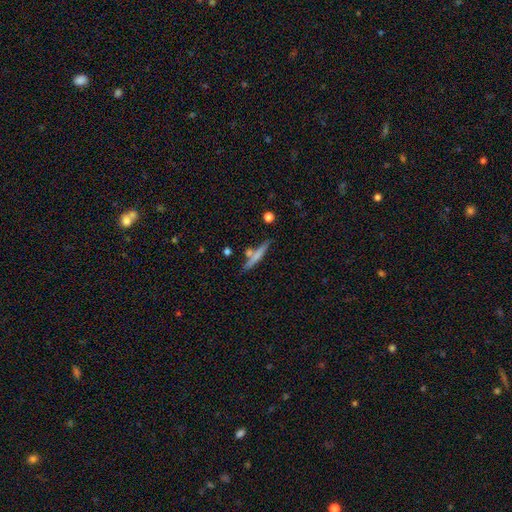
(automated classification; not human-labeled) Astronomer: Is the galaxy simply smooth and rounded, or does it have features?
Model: smooth — 60%.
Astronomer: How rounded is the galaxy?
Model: cigar-shaped — 92%.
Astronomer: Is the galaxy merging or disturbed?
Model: none — 69%.